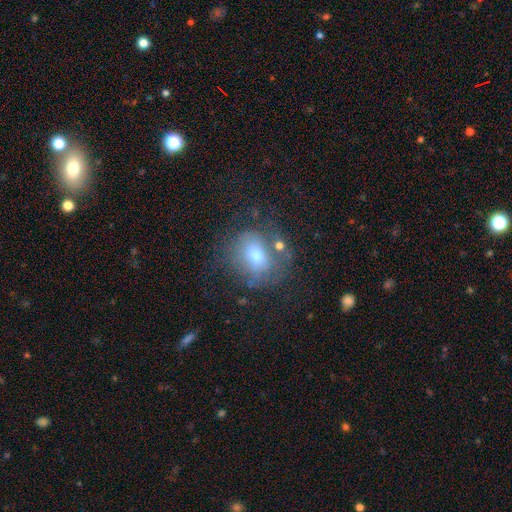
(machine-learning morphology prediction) smooth_or_featured: smooth (p=0.54) [alt: featured or disk p=0.31]
how_rounded: round (p=0.57) [alt: in between p=0.42]
merging: none (p=0.62) [alt: minor disturbance p=0.20]